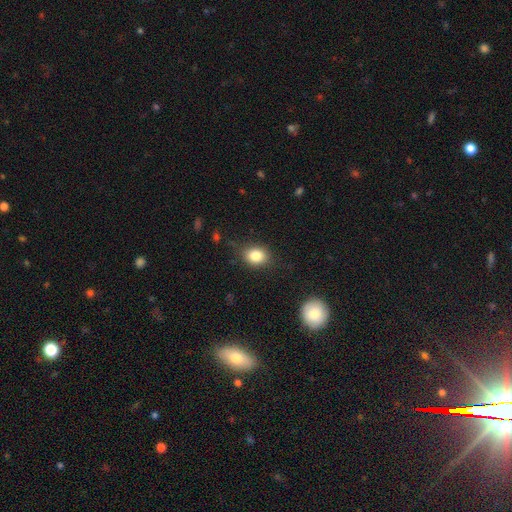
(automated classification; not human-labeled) smooth-or-featured: smooth: 82% | star or artifact: 10% | featured or disk: 7%
  how-rounded: round: 50% | in between: 49% | cigar-shaped: 1%
  merging: none: 82% | minor disturbance: 13% | major disturbance: 4% | merger: 1%